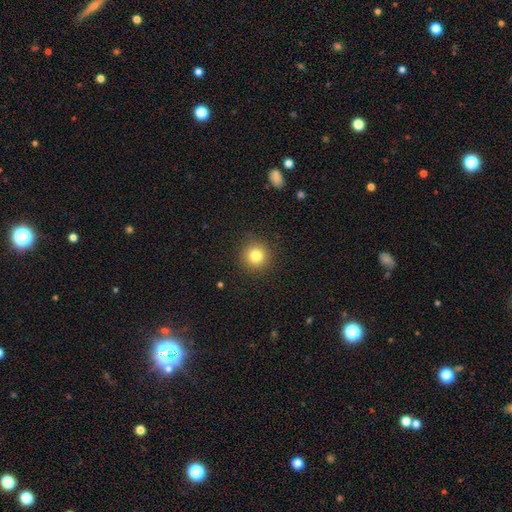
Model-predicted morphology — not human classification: This appears to be a smooth galaxy with no disk features (82%) that is round (94%). Merging: none (90%).